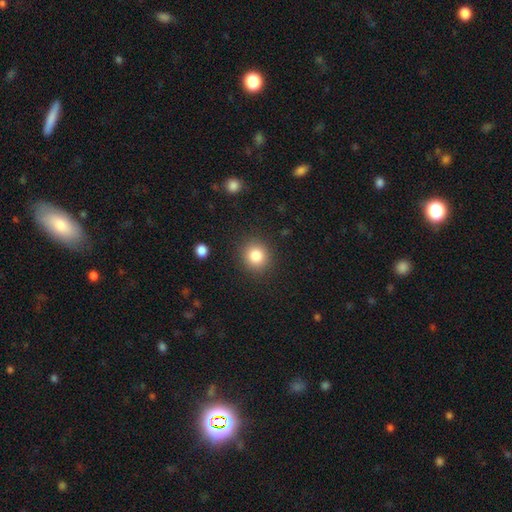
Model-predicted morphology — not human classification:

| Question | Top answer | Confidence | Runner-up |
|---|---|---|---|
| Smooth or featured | smooth | 83% | star or artifact (10%) |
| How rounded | round | 86% | in between (13%) |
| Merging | none | 89% | minor disturbance (7%) |